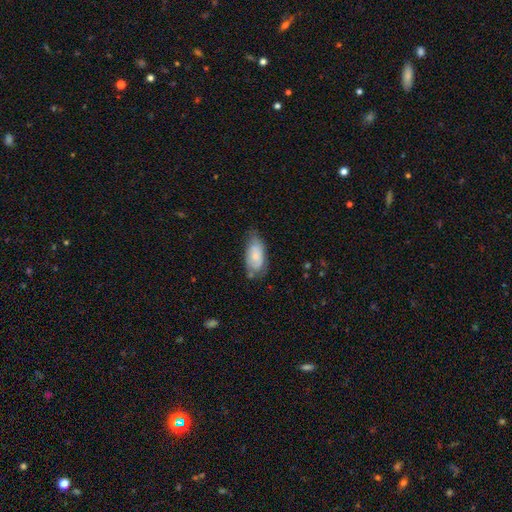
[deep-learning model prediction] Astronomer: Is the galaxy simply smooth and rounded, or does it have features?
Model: smooth — 62%.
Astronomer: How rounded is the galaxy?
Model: in between — 92%.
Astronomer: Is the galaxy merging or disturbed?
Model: none — 52% (runner-up: minor disturbance, 35%).